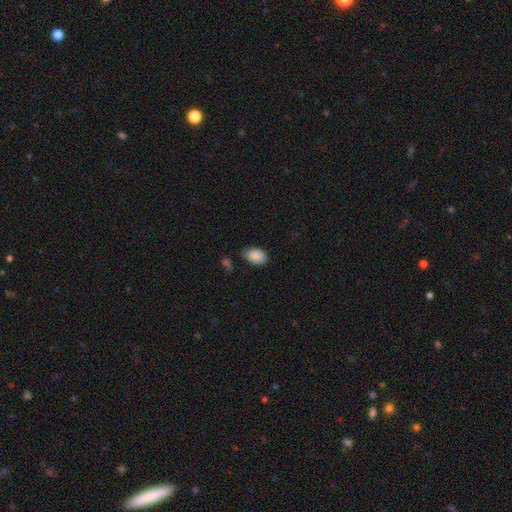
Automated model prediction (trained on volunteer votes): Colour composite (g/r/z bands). It shows a smooth galaxy with no disk features (88%) that is in between round and cigar-shaped (89%). Merging: none (72%).